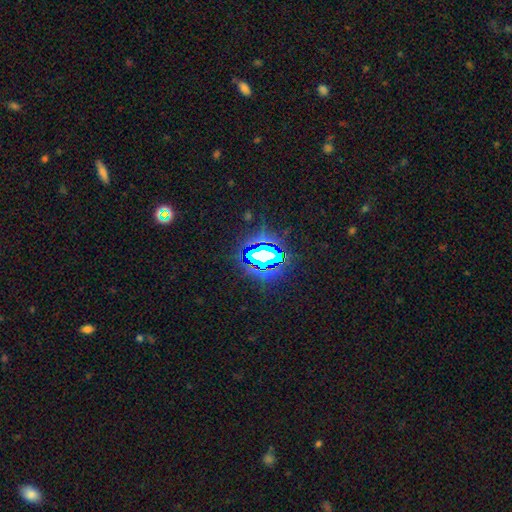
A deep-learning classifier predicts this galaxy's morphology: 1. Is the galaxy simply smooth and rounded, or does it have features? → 78% star or artifact, 13% smooth, 10% featured or disk.